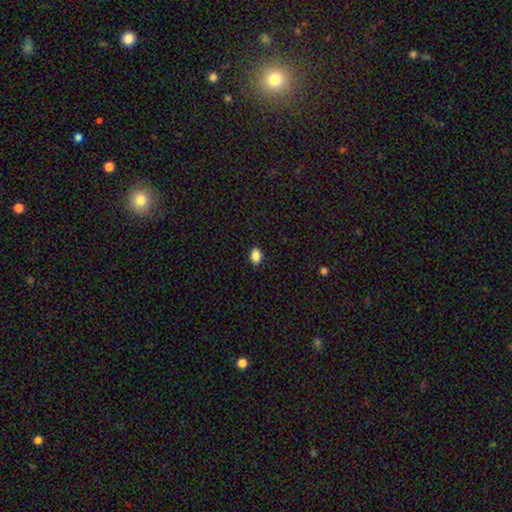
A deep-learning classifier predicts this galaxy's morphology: A smooth galaxy with no disk features (87%) that is in between round and cigar-shaped (79%).

Vote fractions:
- Smooth or featured? smooth: 87% / star or artifact: 9% / featured or disk: 4%
- How rounded? in between: 79% / round: 20% / cigar-shaped: 1%
- Merging? none: 89% / minor disturbance: 9% / major disturbance: 2% / merger: 1%